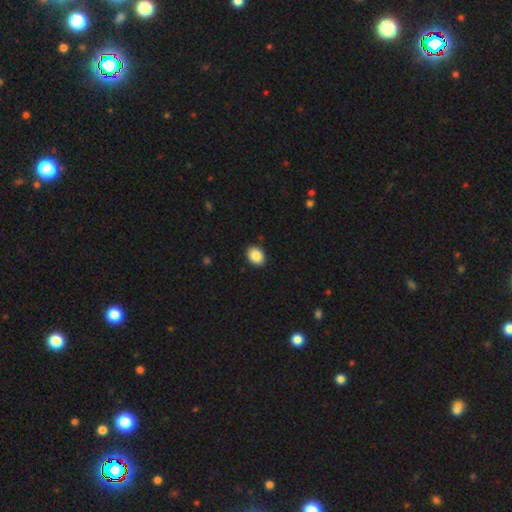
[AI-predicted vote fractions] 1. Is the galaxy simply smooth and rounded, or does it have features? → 87% smooth, 8% star or artifact, 5% featured or disk.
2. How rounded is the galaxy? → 62% in between, 37% round, 1% cigar-shaped.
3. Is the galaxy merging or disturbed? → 90% none, 7% minor disturbance, 2% major disturbance, 1% merger.